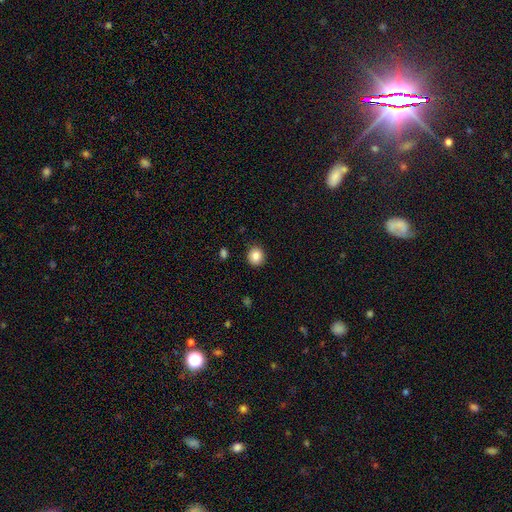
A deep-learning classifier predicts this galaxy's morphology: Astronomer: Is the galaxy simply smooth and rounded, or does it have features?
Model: smooth — 85%.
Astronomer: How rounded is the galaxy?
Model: round — 88%.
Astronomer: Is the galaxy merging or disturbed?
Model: none — 90%.